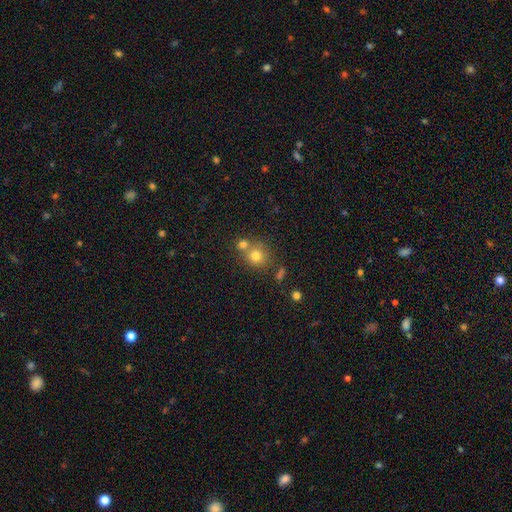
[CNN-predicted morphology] Overall: smooth (75%). How rounded: round (85%). Merging: none (56%; merger 32%).